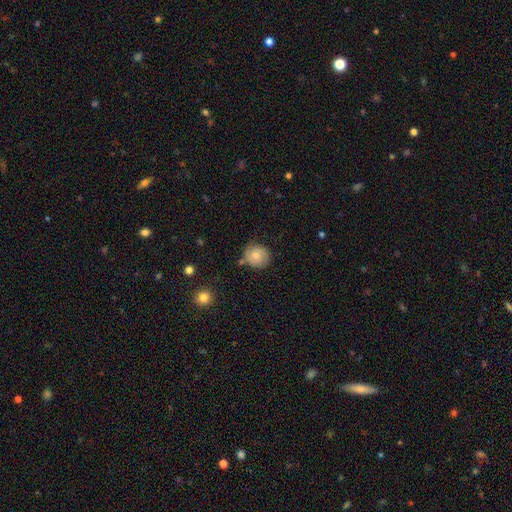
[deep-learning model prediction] Smooth or featured: smooth — 66% (featured or disk — 26%)
How rounded: round — 86% (in between — 13%)
Merging: none — 75% (minor disturbance — 18%)